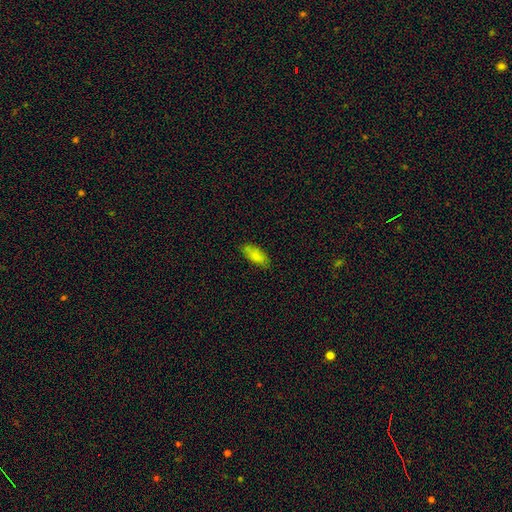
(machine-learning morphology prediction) Smooth or featured? smooth (84%)
How rounded? in between (84%)
Merging? none (80%)